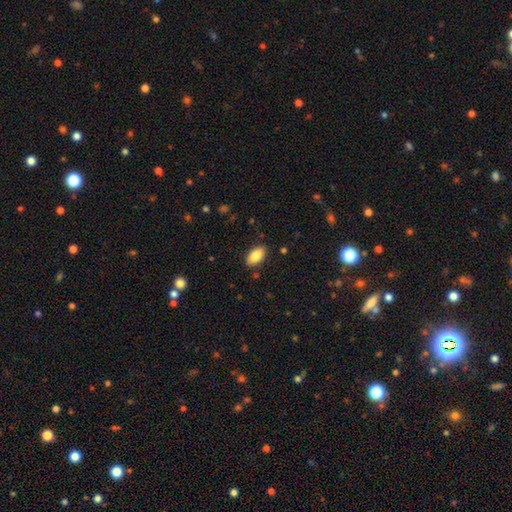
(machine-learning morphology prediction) Smooth or featured? Predicted: smooth (p=0.86). How rounded? Predicted: in between (p=0.94). Merging? Predicted: none (p=0.87).